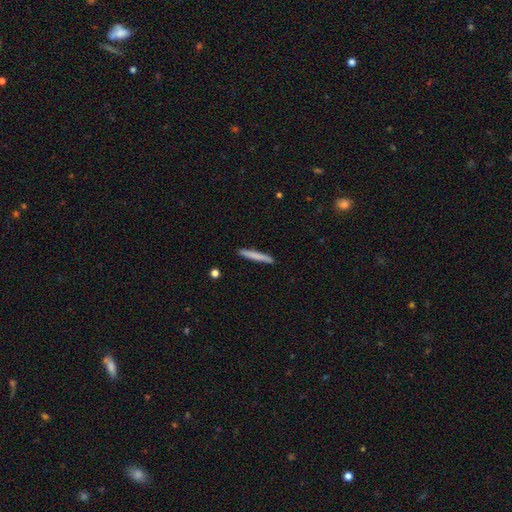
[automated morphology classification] The model was most divided on "smooth or featured": smooth: 78%, featured or disk: 17%, star or artifact: 6%. More confident: how rounded — cigar-shaped (96%); merging — none (90%).